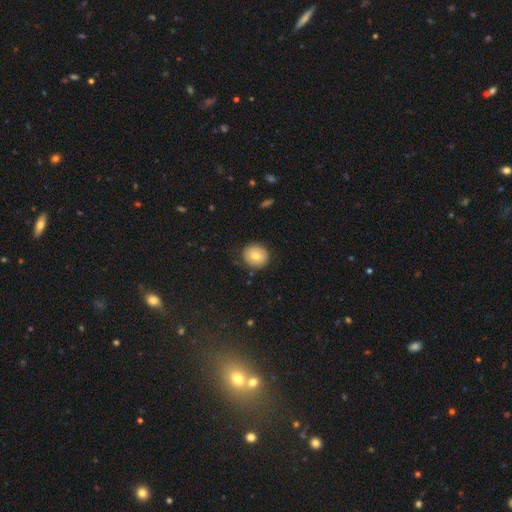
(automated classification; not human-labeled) Q: Smooth or featured?
A: smooth (68%); runner-up: featured or disk (23%)
Q: How rounded?
A: round (79%); runner-up: in between (20%)
Q: Merging?
A: none (80%); runner-up: minor disturbance (14%)